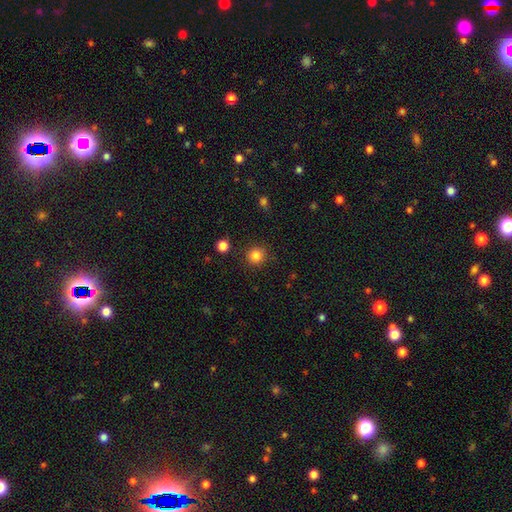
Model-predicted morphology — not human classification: A smooth galaxy with no disk features (83%) that is round (93%). Merging: none (89%).